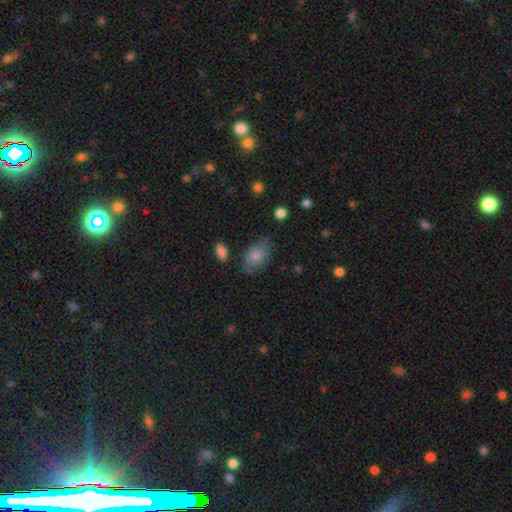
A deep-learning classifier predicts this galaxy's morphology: Smooth or featured? Predicted: smooth (p=0.82). How rounded? Predicted: in between (p=0.86). Merging? Predicted: none (p=0.66).